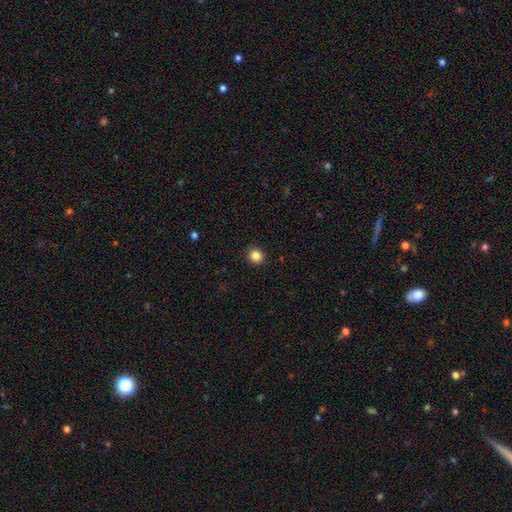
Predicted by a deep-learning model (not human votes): Smooth or featured?
  - smooth: 86% *
  - star or artifact: 11%
  - featured or disk: 4%
How rounded?
  - round: 84% *
  - in between: 15%
  - cigar-shaped: 1%
Merging?
  - none: 92% *
  - minor disturbance: 6%
  - major disturbance: 2%
  - merger: 1%